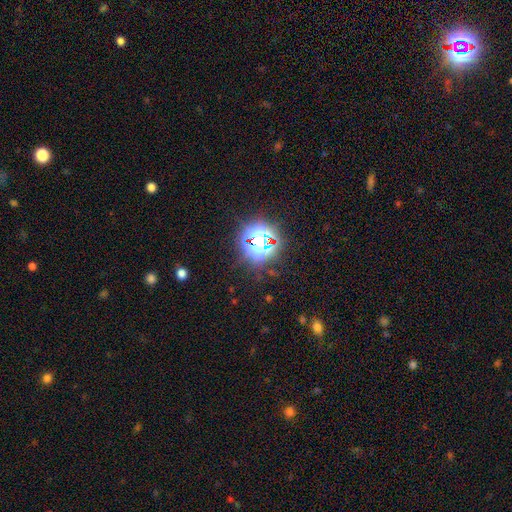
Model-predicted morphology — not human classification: The model was most divided on "smooth or featured": star or artifact: 72%, smooth: 19%, featured or disk: 9%.